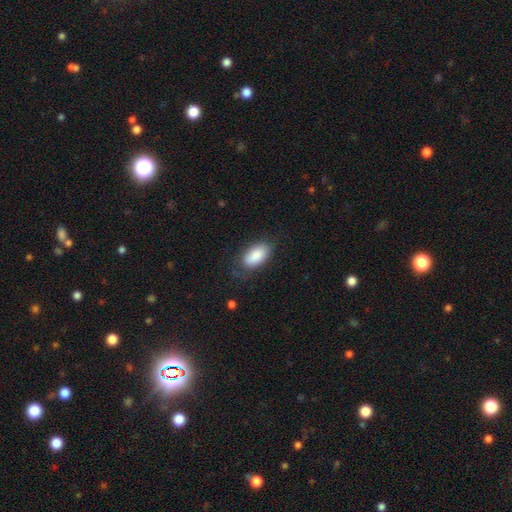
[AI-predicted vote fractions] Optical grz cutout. It shows a smooth galaxy with no disk features (85%) that is in between round and cigar-shaped (92%). Merging: none (72%).